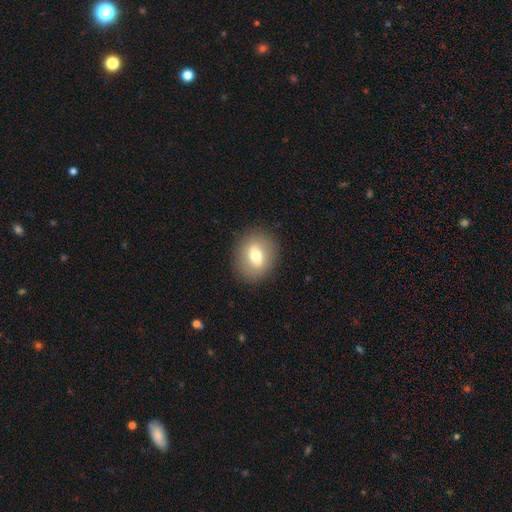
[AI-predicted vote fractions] Overall: smooth (68%). How rounded: round (54%; in between 44%). Merging: none (87%).